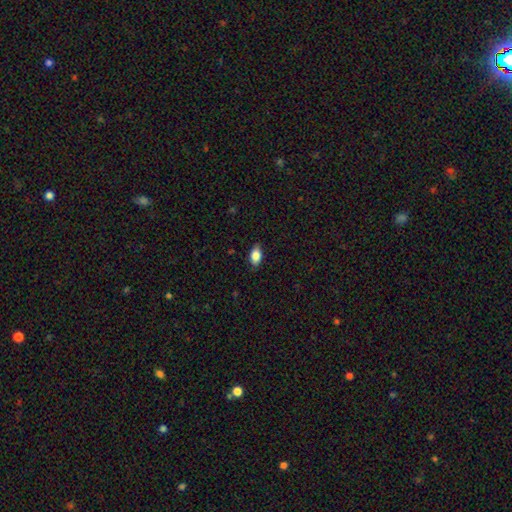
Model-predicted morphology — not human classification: Smooth or featured? Predicted: smooth (p=0.83). How rounded? Predicted: in between (p=0.89). Merging? Predicted: none (p=0.84).